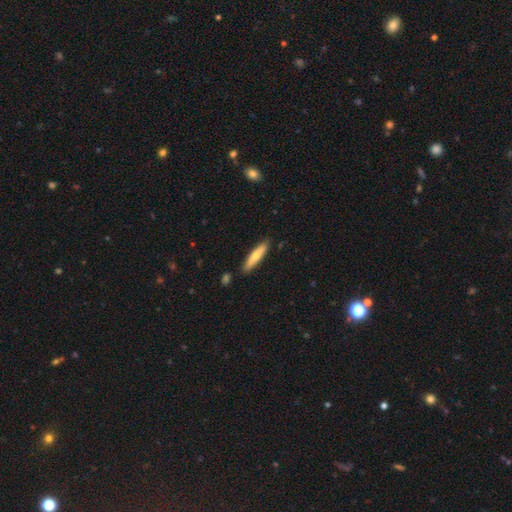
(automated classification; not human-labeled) smooth 66%, featured or disk 28%, star or artifact 6%. Down the decision tree: how rounded — cigar-shaped (83%); merging — none (86%).